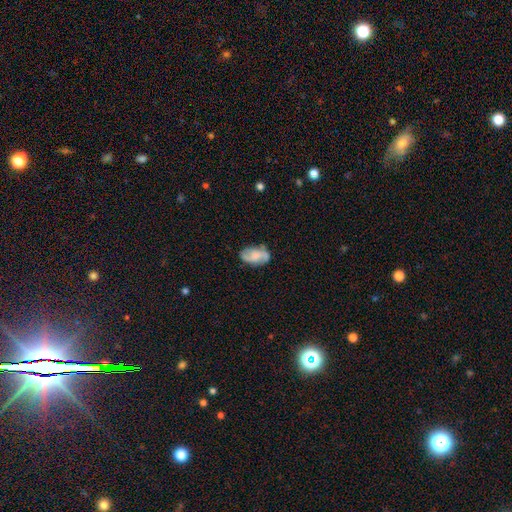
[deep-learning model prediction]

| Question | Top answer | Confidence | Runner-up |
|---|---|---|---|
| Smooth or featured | featured or disk | 57% | smooth (35%) |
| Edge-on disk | no | 96% | yes (4%) |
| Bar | no | 57% | weak (34%) |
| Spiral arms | yes | 89% | no (11%) |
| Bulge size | none | 51% | small (19%) |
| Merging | none | 70% | minor disturbance (20%) |